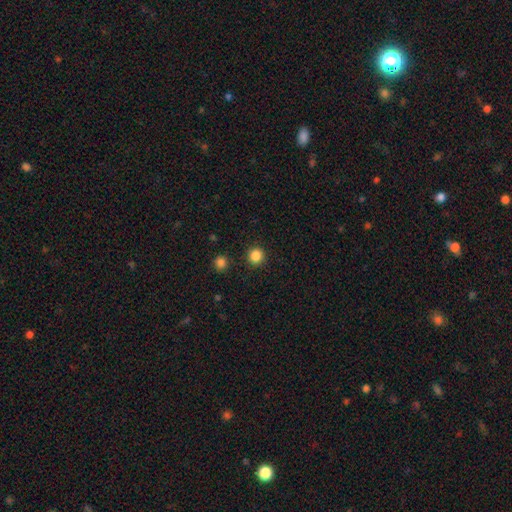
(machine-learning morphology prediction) smooth-or-featured: smooth: 85% | star or artifact: 12% | featured or disk: 3%
  how-rounded: round: 94% | in between: 5% | cigar-shaped: 1%
  merging: none: 91% | minor disturbance: 5% | major disturbance: 2% | merger: 2%